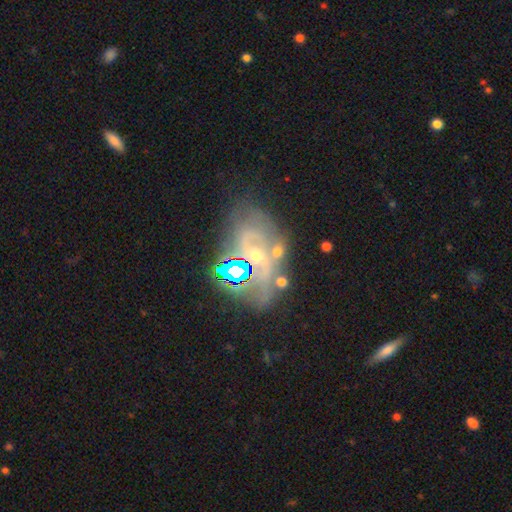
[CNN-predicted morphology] Smooth or featured: featured or disk — 59% (star or artifact — 26%)
Edge-on disk: no — 94% (yes — 6%)
Bar: no — 64% (weak — 25%)
Spiral arms: yes — 60% (no — 40%)
Bulge size: small — 54% (moderate — 29%)
Merging: none — 52% (minor disturbance — 19%)